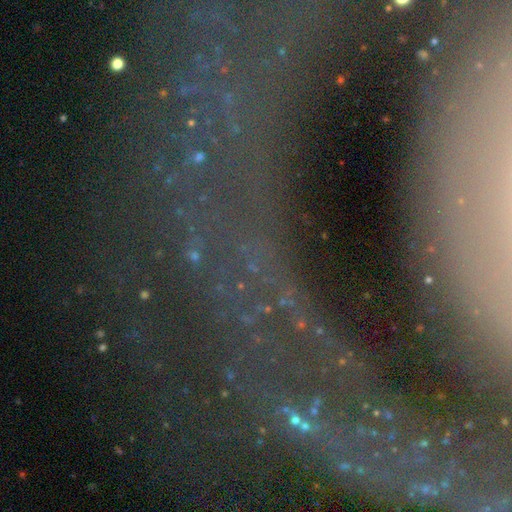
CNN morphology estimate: smooth-or-featured: star or artifact: 72% | featured or disk: 16% | smooth: 13%